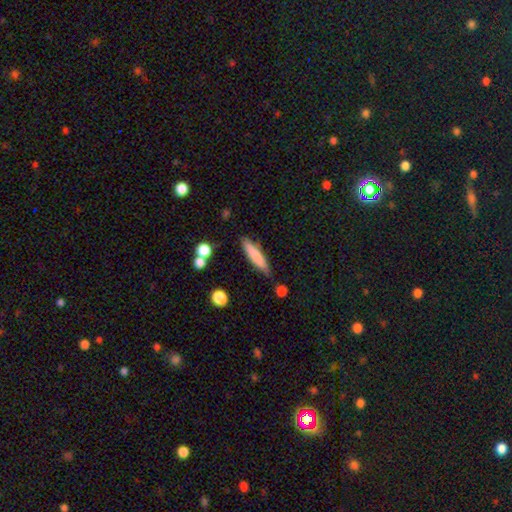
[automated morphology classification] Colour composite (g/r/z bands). It shows a smooth galaxy with no disk features (77%) that is cigar-shaped (85%). Merging: none (77%).